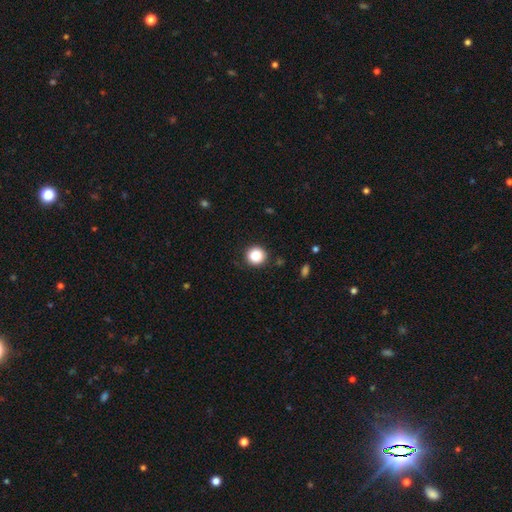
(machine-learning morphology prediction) This appears to be a smooth galaxy with no disk features (87%) that is round (94%). Merging: none (90%).